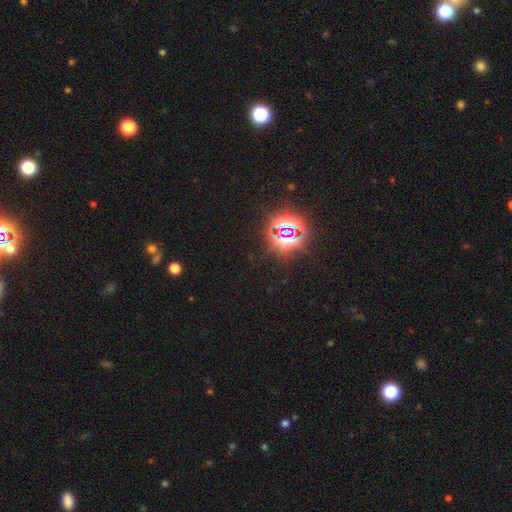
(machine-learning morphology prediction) The model was most divided on "smooth or featured": star or artifact: 80%, smooth: 13%, featured or disk: 7%.